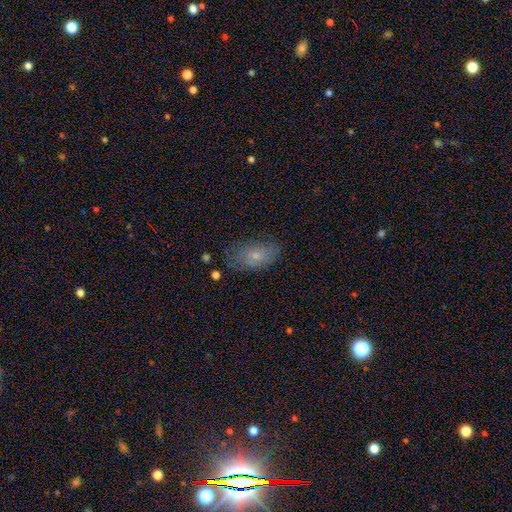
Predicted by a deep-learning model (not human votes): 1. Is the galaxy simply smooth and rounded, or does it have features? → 64% smooth, 26% featured or disk, 10% star or artifact.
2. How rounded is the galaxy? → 90% in between, 7% round, 3% cigar-shaped.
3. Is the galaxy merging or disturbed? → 62% none, 25% minor disturbance, 10% major disturbance, 2% merger.